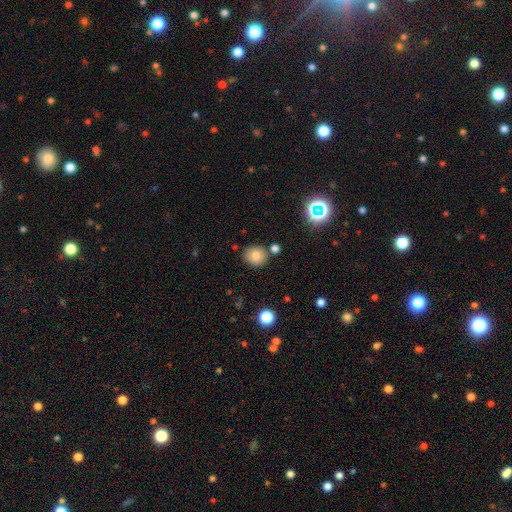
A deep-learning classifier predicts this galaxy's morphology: Smooth or featured?
  - smooth: 79% *
  - star or artifact: 12%
  - featured or disk: 9%
How rounded?
  - round: 80% *
  - in between: 19%
  - cigar-shaped: 1%
Merging?
  - none: 79% *
  - minor disturbance: 10%
  - merger: 8%
  - major disturbance: 3%